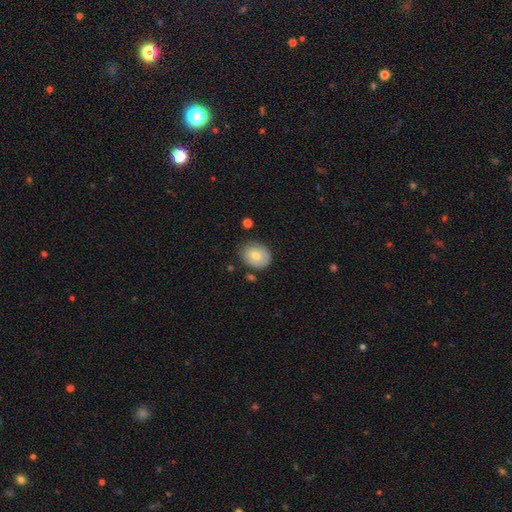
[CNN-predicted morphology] Smooth or featured? Predicted: smooth (p=0.67). How rounded? Predicted: in between (p=0.51). Merging? Predicted: none (p=0.76).